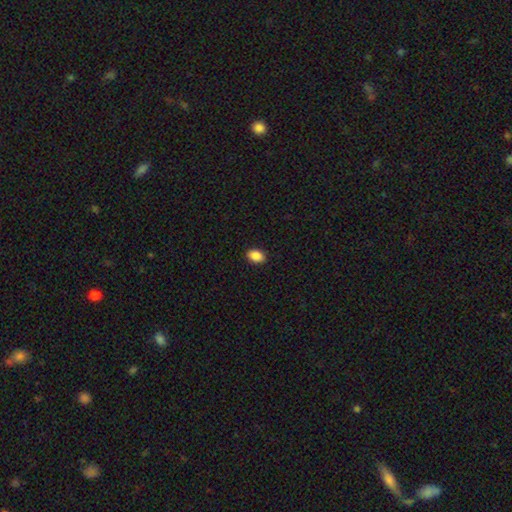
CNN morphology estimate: Smooth or featured: smooth — 89% (star or artifact — 8%)
How rounded: in between — 86% (round — 13%)
Merging: none — 91% (minor disturbance — 7%)